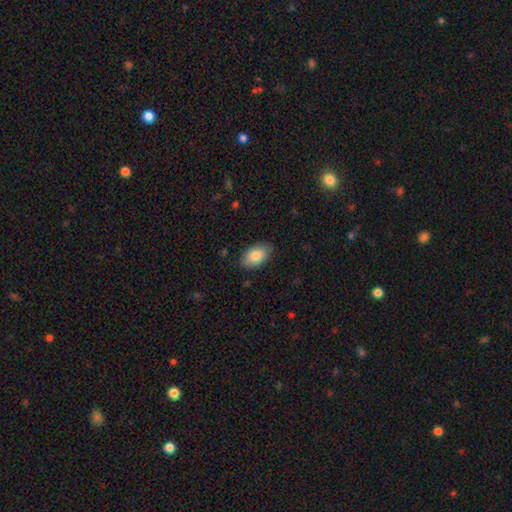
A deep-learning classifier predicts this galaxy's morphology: Smooth or featured?
  - smooth: 84% *
  - featured or disk: 10%
  - star or artifact: 6%
How rounded?
  - in between: 92% *
  - round: 6%
  - cigar-shaped: 1%
Merging?
  - none: 84% *
  - minor disturbance: 12%
  - major disturbance: 2%
  - merger: 1%